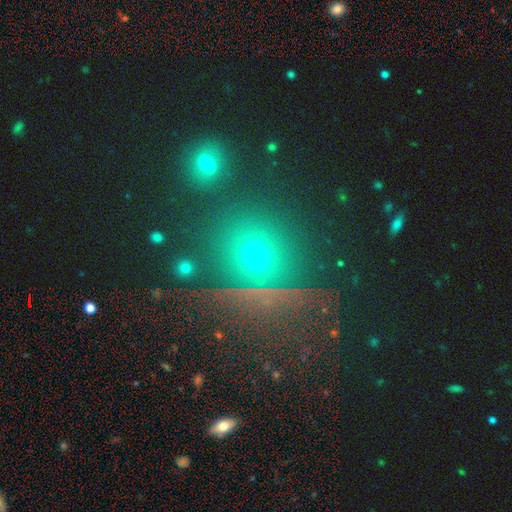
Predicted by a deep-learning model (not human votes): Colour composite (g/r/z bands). It shows a star or artifact, not a galaxy (50%).